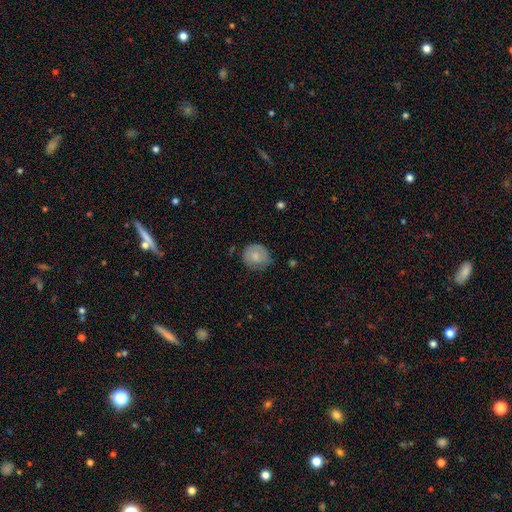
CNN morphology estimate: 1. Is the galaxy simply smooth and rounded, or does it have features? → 72% smooth, 21% featured or disk, 7% star or artifact.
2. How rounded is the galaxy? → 80% round, 19% in between, 1% cigar-shaped.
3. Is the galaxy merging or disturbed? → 65% none, 26% minor disturbance, 7% major disturbance, 2% merger.